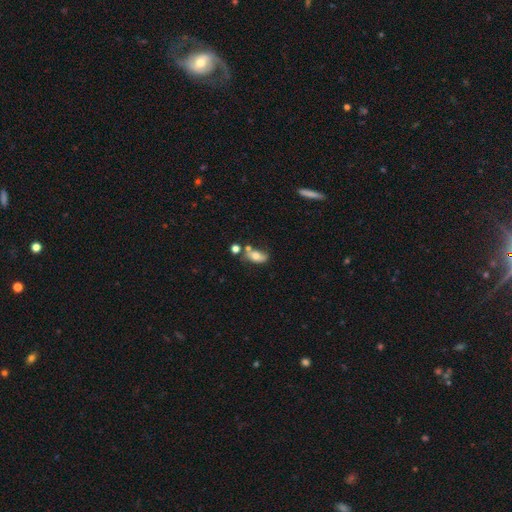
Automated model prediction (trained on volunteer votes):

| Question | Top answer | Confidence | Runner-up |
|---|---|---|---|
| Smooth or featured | smooth | 62% | featured or disk (29%) |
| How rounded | in between | 83% | round (9%) |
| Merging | none | 44% | merger (23%) |